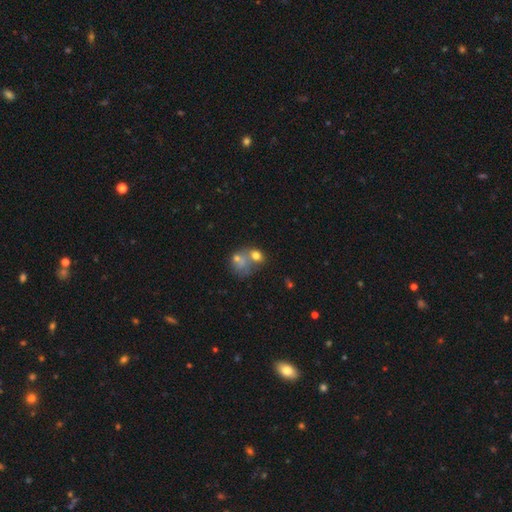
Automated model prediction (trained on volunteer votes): A smooth galaxy with no disk features (65%) that is round (52%). Merging: merger (52%).